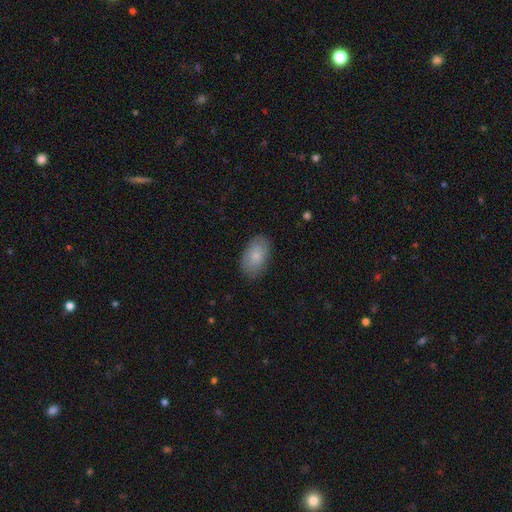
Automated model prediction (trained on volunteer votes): A smooth galaxy with no disk features (79%) that is in between round and cigar-shaped (93%).

Vote fractions:
- Smooth or featured? smooth: 79% / featured or disk: 15% / star or artifact: 6%
- How rounded? in between: 93% / round: 5% / cigar-shaped: 2%
- Merging? none: 84% / minor disturbance: 12% / major disturbance: 3% / merger: 1%